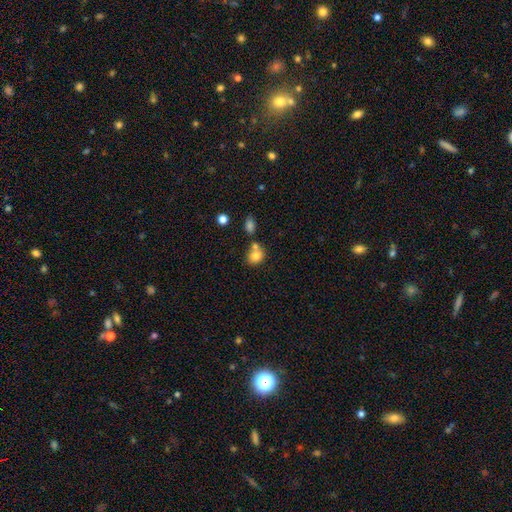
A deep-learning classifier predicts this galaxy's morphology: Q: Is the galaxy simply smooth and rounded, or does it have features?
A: smooth — 79%.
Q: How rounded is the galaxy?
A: round — 61%.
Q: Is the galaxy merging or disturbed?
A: none — 44%.